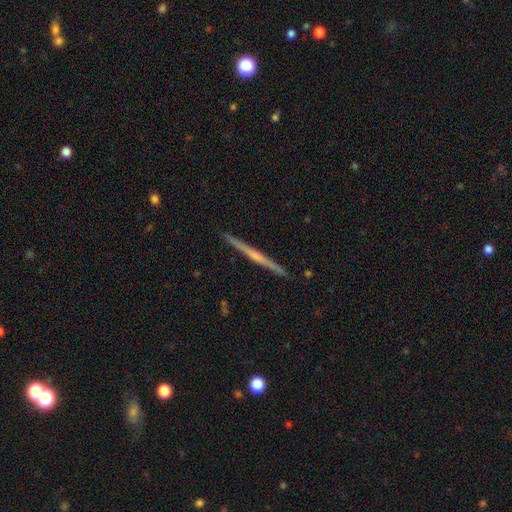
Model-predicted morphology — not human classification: Smooth or featured?
  - featured or disk: 72% *
  - smooth: 23%
  - star or artifact: 5%
Edge-on disk?
  - yes: 98% *
  - no: 2%
Edge-on bulge?
  - none: 48% *
  - rounded: 43%
  - boxy: 9%
Merging?
  - none: 93% *
  - minor disturbance: 5%
  - major disturbance: 1%
  - merger: 1%